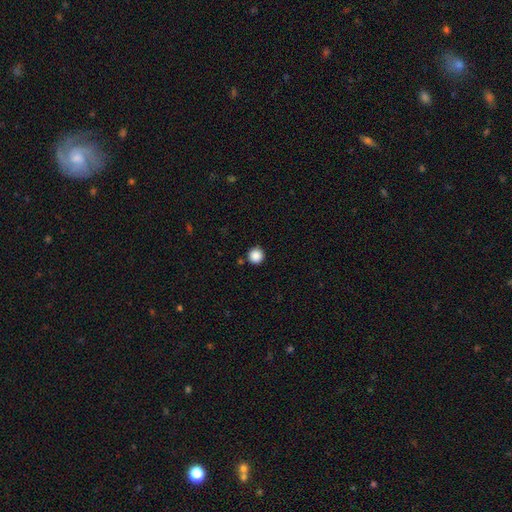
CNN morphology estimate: Q: Smooth or featured?
A: smooth (87%); runner-up: star or artifact (10%)
Q: How rounded?
A: round (96%); runner-up: in between (3%)
Q: Merging?
A: none (91%); runner-up: minor disturbance (5%)